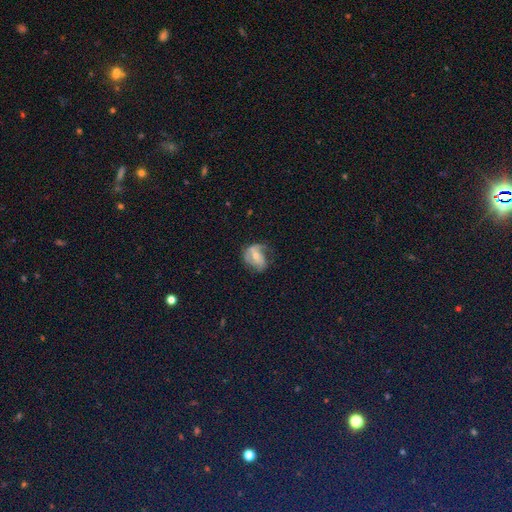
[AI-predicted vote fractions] smooth_or_featured: featured or disk (p=0.72) [alt: smooth p=0.20]
disk_edge_on: no (p=0.97) [alt: yes p=0.03]
bar: no (p=0.45) [alt: weak p=0.36]
has_spiral_arms: yes (p=0.87) [alt: no p=0.13]
spiral_winding: medium (p=0.44) [alt: tight p=0.28]
spiral_arm_count: 2 (p=0.52) [alt: can't tell p=0.15]
bulge_size: moderate (p=0.57) [alt: small p=0.38]
merging: none (p=0.48) [alt: minor disturbance p=0.27]